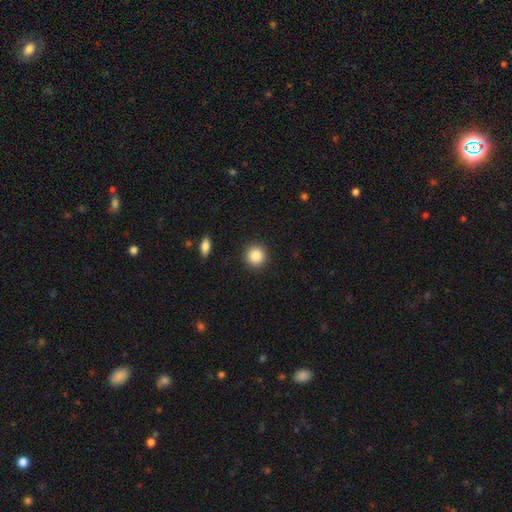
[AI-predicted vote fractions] The model was most divided on "smooth or featured": smooth: 86%, star or artifact: 9%, featured or disk: 5%. More confident: how rounded — round (94%); merging — none (91%).